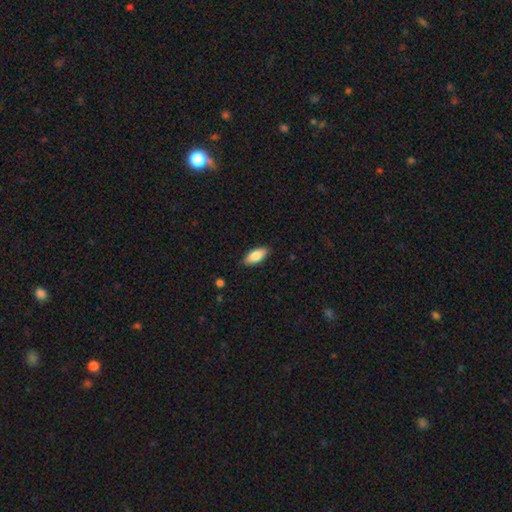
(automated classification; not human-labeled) Smooth or featured? Predicted: smooth (p=0.84). How rounded? Predicted: in between (p=0.86). Merging? Predicted: none (p=0.87).